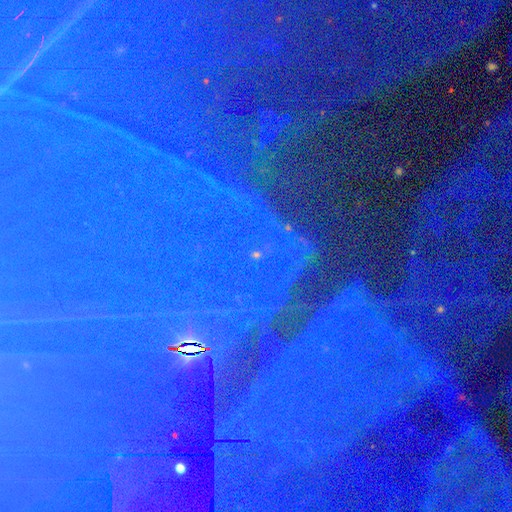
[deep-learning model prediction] Q: Smooth or featured?
A: star or artifact (86%); runner-up: featured or disk (7%)